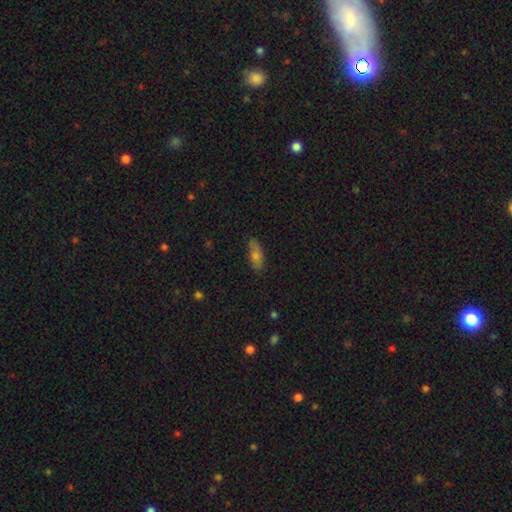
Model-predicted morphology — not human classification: Smooth or featured?
  - smooth: 70% *
  - featured or disk: 21%
  - star or artifact: 9%
How rounded?
  - in between: 69% *
  - cigar-shaped: 28%
  - round: 3%
Merging?
  - none: 81% *
  - minor disturbance: 16%
  - major disturbance: 2%
  - merger: 1%